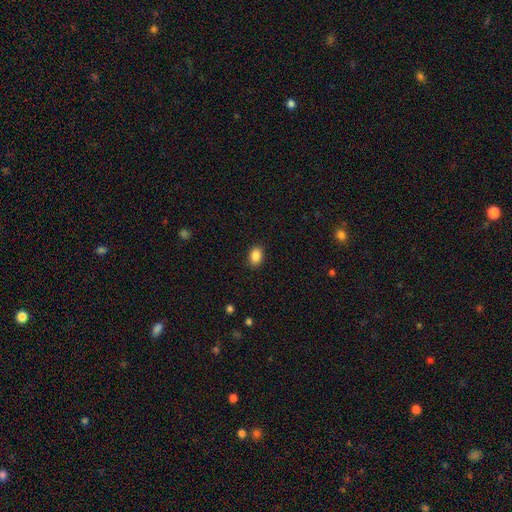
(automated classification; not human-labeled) A smooth galaxy with no disk features (88%) that is in between round and cigar-shaped (79%).

Vote fractions:
- Smooth or featured? smooth: 88% / star or artifact: 9% / featured or disk: 4%
- How rounded? in between: 79% / round: 20% / cigar-shaped: 1%
- Merging? none: 90% / minor disturbance: 7% / major disturbance: 2% / merger: 1%